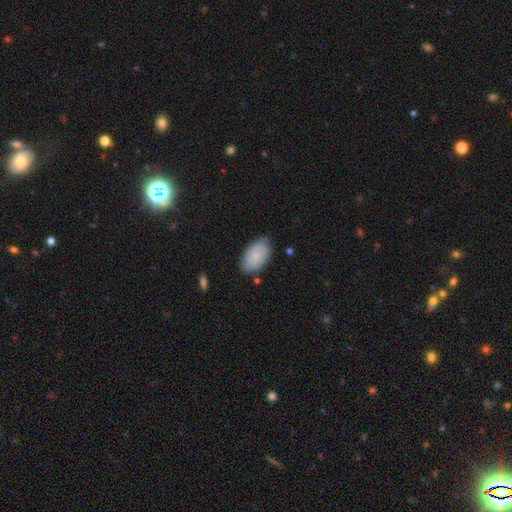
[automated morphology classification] type=smooth (81%); roundness=in between (94%); merging=none (78%).